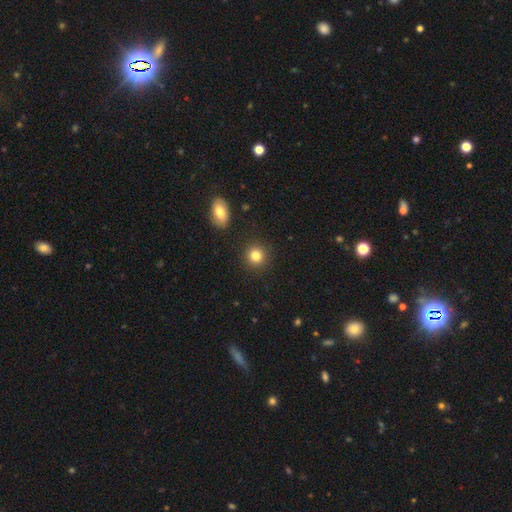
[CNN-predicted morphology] type=smooth (83%); roundness=round (90%); merging=none (89%).